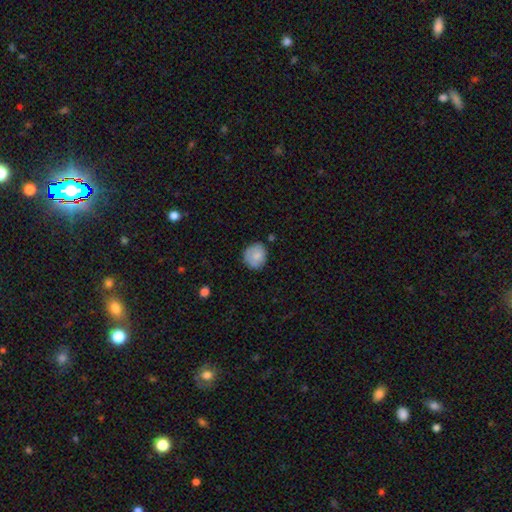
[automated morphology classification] Smooth or featured? Predicted: smooth (p=0.81). How rounded? Predicted: round (p=0.78). Merging? Predicted: none (p=0.73).